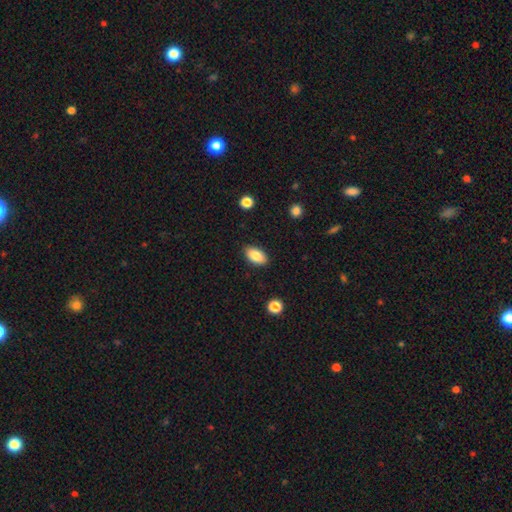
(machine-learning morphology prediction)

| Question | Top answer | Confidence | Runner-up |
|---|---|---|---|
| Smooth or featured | smooth | 85% | featured or disk (8%) |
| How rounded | in between | 93% | round (4%) |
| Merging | none | 88% | minor disturbance (9%) |